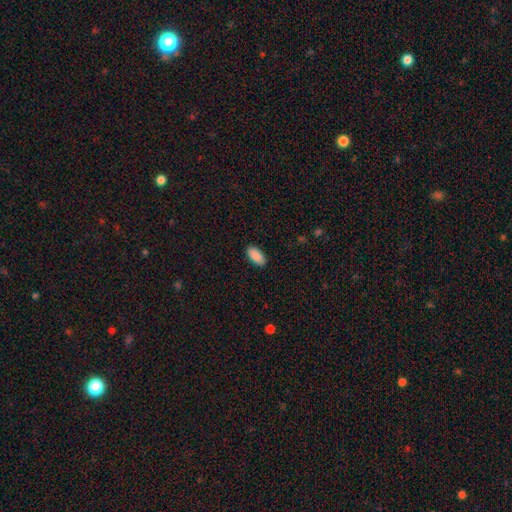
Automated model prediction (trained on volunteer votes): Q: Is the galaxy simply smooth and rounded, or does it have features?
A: smooth — 90%.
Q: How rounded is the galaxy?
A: in between — 91%.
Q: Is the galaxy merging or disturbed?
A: none — 90%.